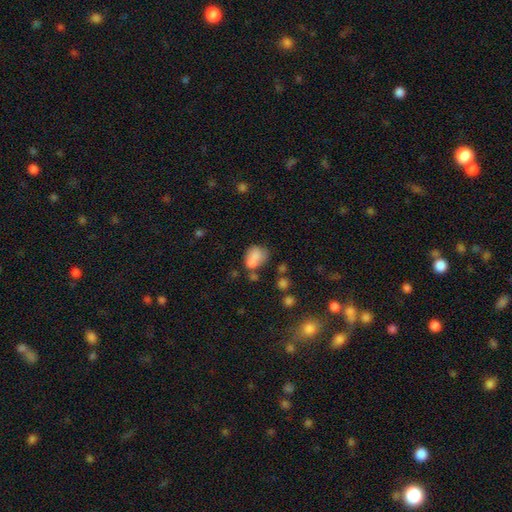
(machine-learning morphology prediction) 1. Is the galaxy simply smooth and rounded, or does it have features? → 73% smooth, 16% featured or disk, 11% star or artifact.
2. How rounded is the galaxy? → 64% in between, 35% round, 1% cigar-shaped.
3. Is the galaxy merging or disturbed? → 33% none, 32% merger, 21% minor disturbance, 13% major disturbance.